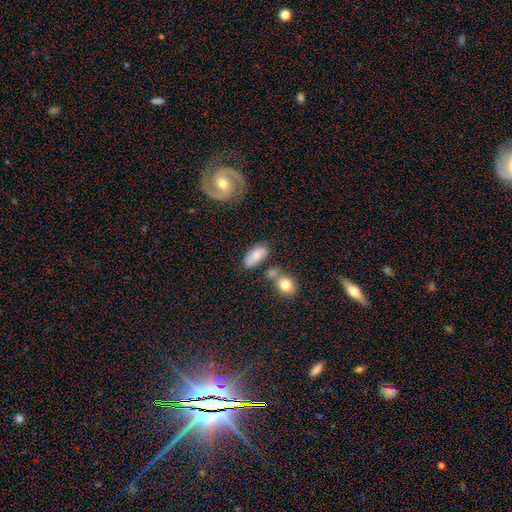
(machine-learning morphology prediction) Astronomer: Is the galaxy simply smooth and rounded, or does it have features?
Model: smooth — 79%.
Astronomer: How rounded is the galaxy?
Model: in between — 90%.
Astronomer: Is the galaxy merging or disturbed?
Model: none — 64%.